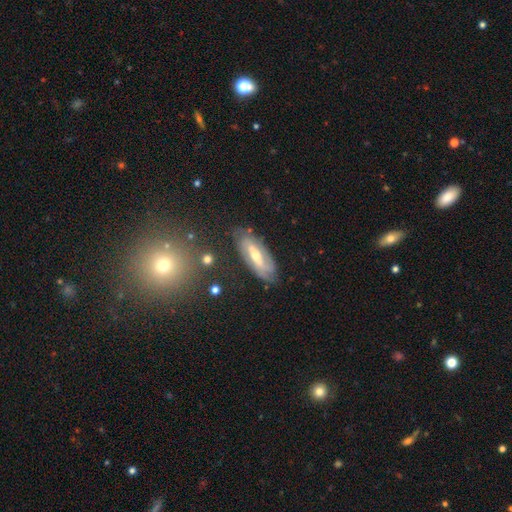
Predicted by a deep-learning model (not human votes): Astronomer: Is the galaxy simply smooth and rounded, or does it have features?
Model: featured or disk — 72%.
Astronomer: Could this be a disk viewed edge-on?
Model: no — 81%.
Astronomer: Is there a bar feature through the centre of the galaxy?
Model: strong — 42% (runner-up: weak, 36%).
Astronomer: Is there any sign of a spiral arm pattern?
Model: yes — 80%.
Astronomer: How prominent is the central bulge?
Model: moderate — 56% (runner-up: small, 39%).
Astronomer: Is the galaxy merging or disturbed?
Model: none — 78%.